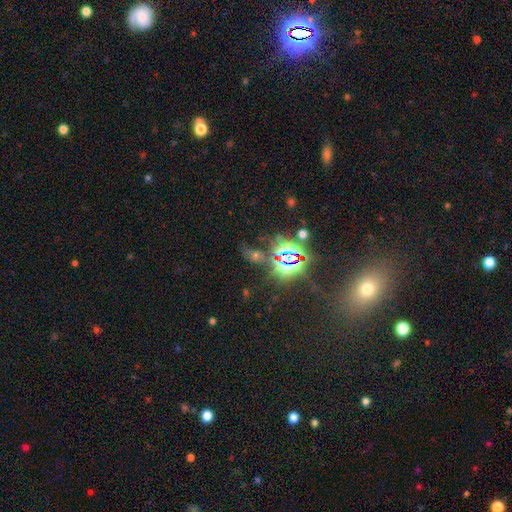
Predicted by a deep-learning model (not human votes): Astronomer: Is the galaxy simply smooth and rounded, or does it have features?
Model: star or artifact — 65%.